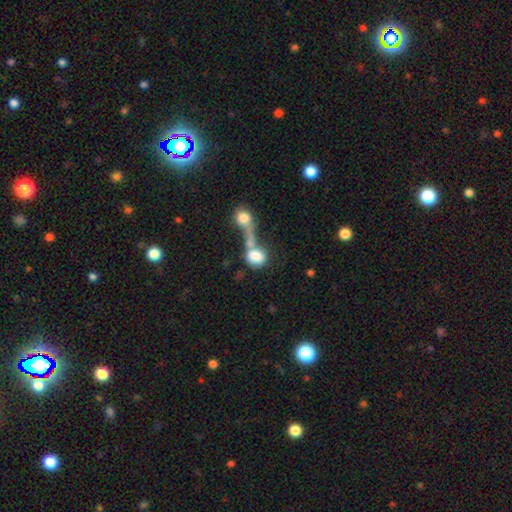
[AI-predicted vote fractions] A smooth galaxy with no disk features (77%) that is round (49%). Merging: merger (66%).